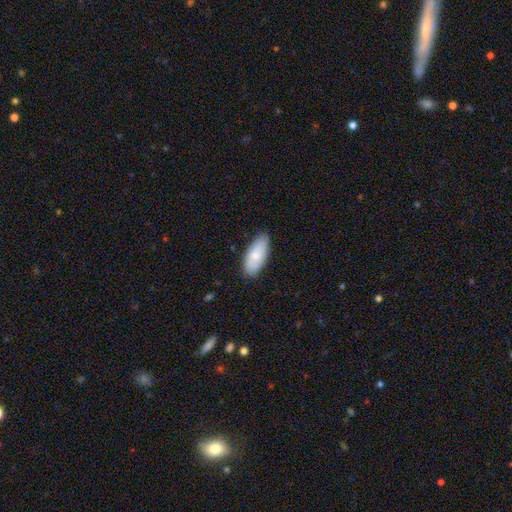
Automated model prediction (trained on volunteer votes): A smooth galaxy with no disk features (80%) that is in between round and cigar-shaped (84%). Merging: none (84%).